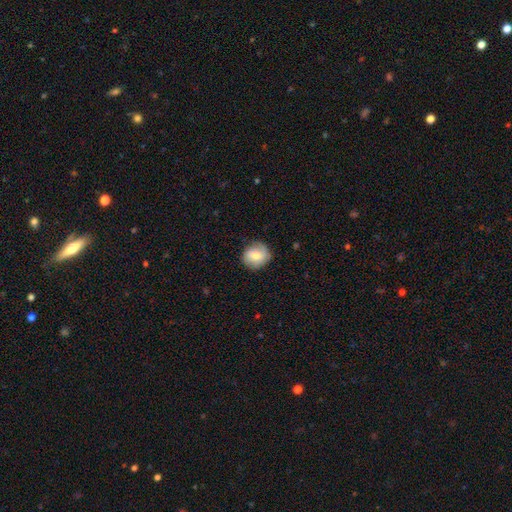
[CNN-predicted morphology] Q: Smooth or featured?
A: smooth (65%); runner-up: featured or disk (28%)
Q: How rounded?
A: round (83%); runner-up: in between (16%)
Q: Merging?
A: none (77%); runner-up: minor disturbance (18%)